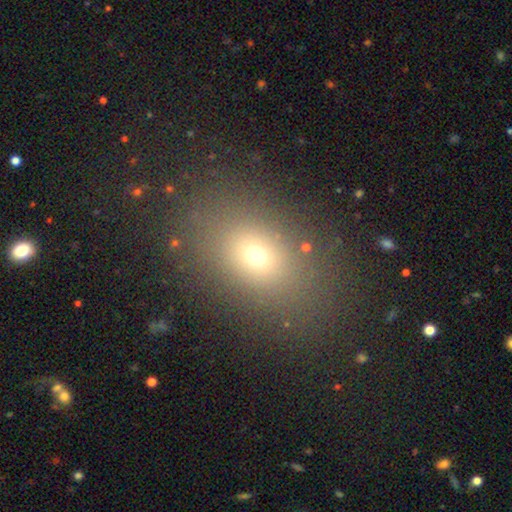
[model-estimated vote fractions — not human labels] Morphology: type=smooth (66%); roundness=in between (65%); merging=none (84%).